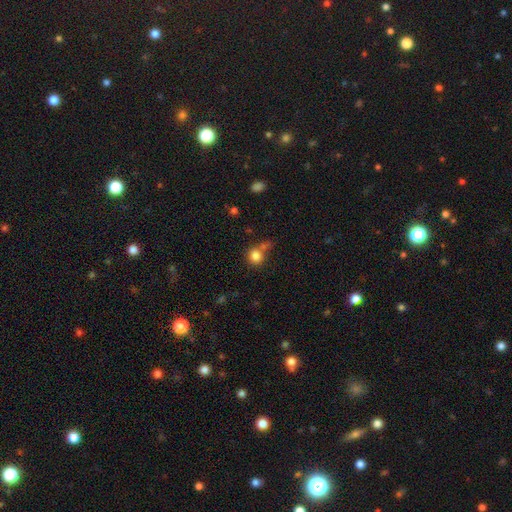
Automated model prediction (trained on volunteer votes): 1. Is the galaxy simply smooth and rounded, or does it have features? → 83% smooth, 11% star or artifact, 6% featured or disk.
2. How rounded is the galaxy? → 88% round, 11% in between, 1% cigar-shaped.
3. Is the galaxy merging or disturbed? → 58% none, 23% merger, 13% minor disturbance, 6% major disturbance.